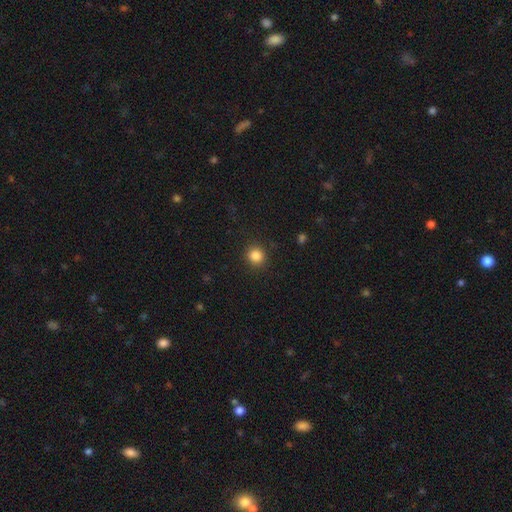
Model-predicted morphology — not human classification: This appears to be a smooth galaxy with no disk features (85%) that is round (90%). Merging: none (90%).